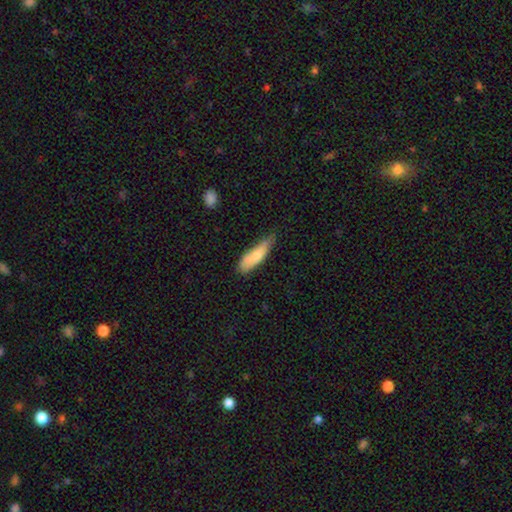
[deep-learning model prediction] Smooth or featured: smooth — 72% (featured or disk — 22%)
How rounded: cigar-shaped — 51% (in between — 47%)
Merging: none — 49% (minor disturbance — 38%)